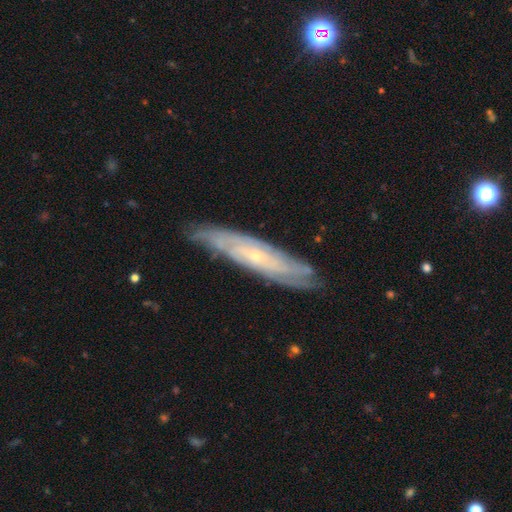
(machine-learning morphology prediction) Smooth or featured? featured or disk (78%)
Edge-on disk? no (65%)
Bar? no (73%)
Spiral arms? yes (90%)
Bulge size? small (83%)
Merging? none (80%)